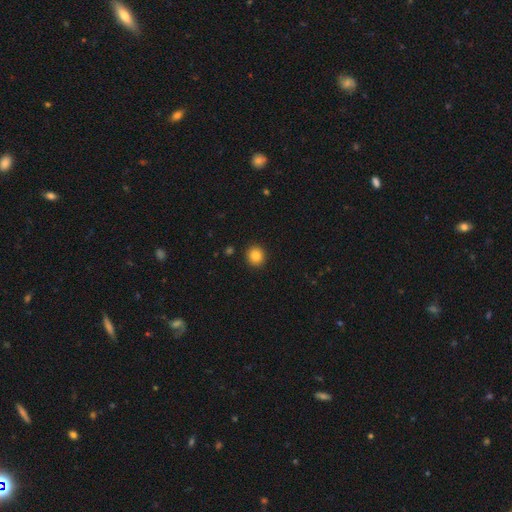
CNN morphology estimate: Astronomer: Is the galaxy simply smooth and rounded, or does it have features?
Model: smooth — 86%.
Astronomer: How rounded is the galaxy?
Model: round — 89%.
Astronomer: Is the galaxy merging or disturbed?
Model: none — 92%.